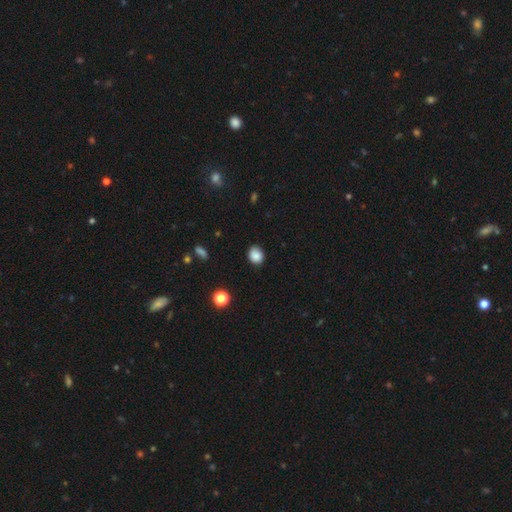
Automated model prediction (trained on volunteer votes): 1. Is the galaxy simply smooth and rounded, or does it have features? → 86% smooth, 10% star or artifact, 4% featured or disk.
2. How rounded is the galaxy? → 67% round, 33% in between, 1% cigar-shaped.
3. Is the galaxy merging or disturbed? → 84% none, 12% minor disturbance, 2% major disturbance, 1% merger.